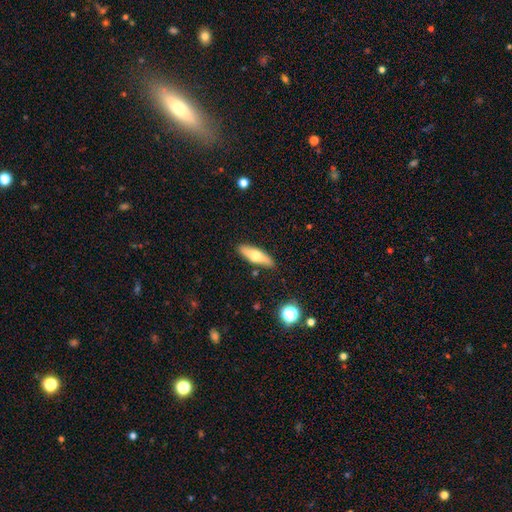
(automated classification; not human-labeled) smooth-or-featured: smooth: 62% | featured or disk: 32% | star or artifact: 7%
  how-rounded: cigar-shaped: 54% | in between: 44% | round: 2%
  merging: none: 85% | minor disturbance: 10% | merger: 2% | major disturbance: 2%